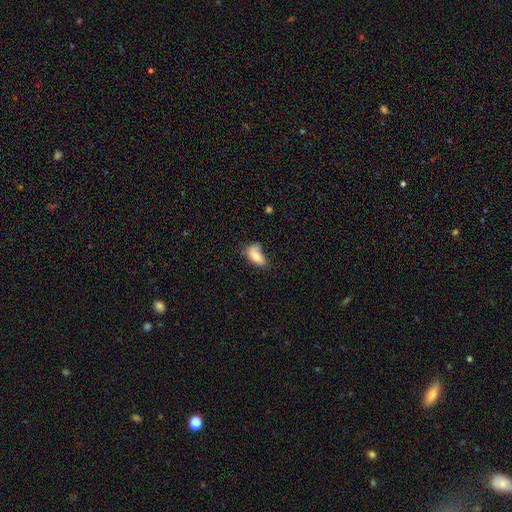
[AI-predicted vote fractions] This is likely a smooth galaxy (77%). How rounded: clearly in between (90%). Merging: marginally none (36%).